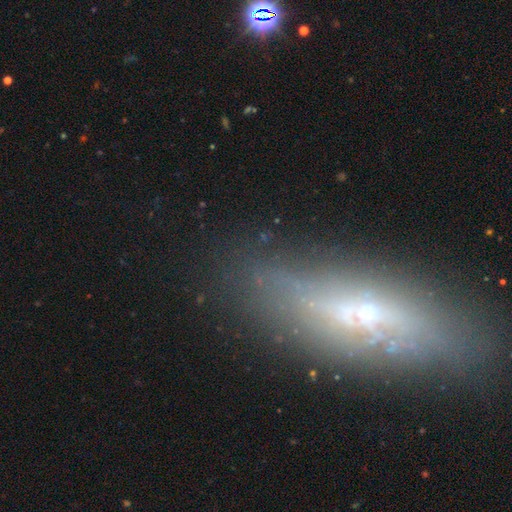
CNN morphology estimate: This is possibly a featured or disk galaxy (59%). It is likely viewed edge-on (62%). Merging: likely none (75%).